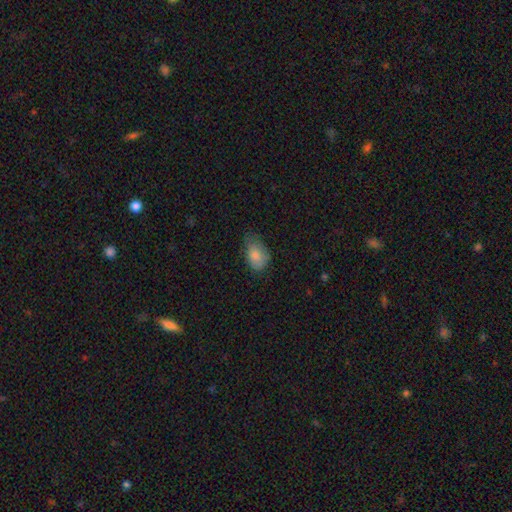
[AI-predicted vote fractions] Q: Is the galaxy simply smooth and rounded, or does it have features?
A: smooth — 82%.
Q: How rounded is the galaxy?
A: in between — 86%.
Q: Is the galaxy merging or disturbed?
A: none — 42%.